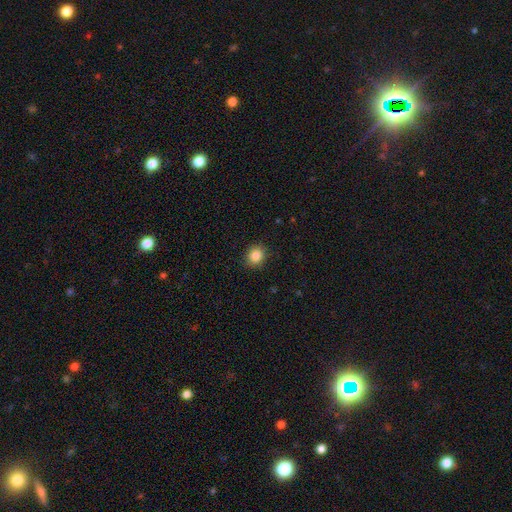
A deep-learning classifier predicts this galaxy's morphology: This is clearly a smooth galaxy (86%). How rounded: likely round (77%). Merging: clearly none (88%).